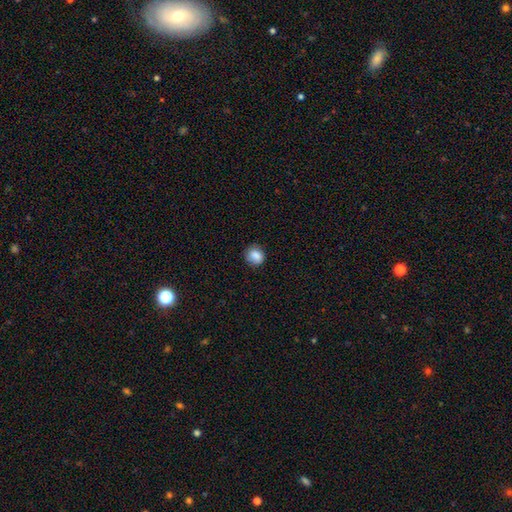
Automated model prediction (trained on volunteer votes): smooth-or-featured: smooth: 84% | star or artifact: 9% | featured or disk: 7%
  how-rounded: round: 74% | in between: 25% | cigar-shaped: 1%
  merging: none: 81% | minor disturbance: 15% | major disturbance: 3% | merger: 1%